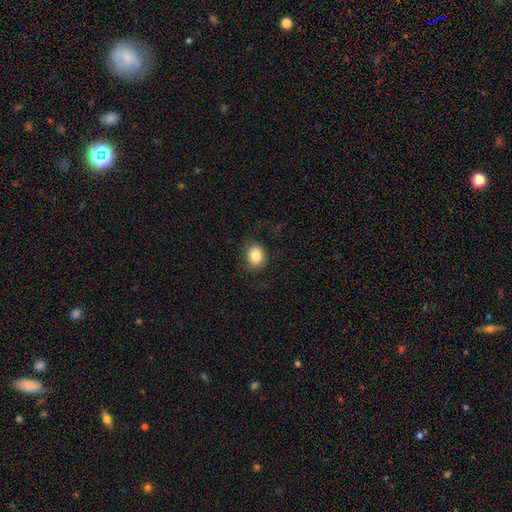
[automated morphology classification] Smooth or featured? Predicted: smooth (p=0.85). How rounded? Predicted: round (p=0.56). Merging? Predicted: none (p=0.84).